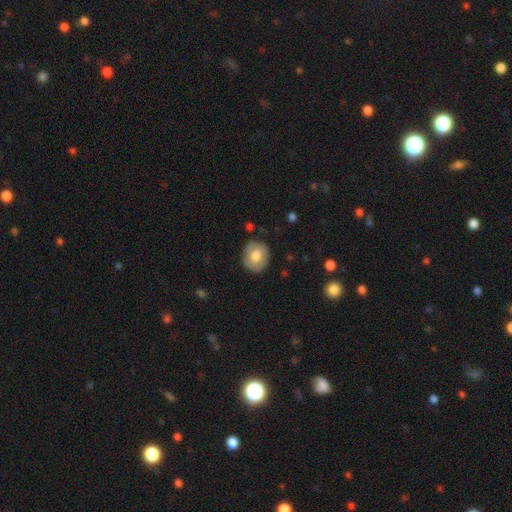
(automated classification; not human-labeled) This appears to be a smooth galaxy with no disk features (67%) that is round (66%). Merging: none (81%).